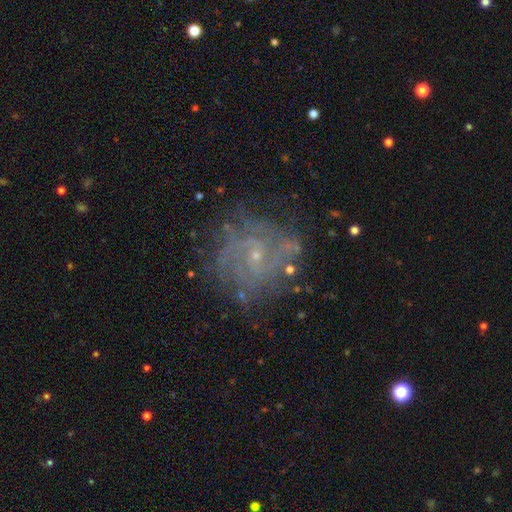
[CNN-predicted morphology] Smooth or featured? featured or disk (79%)
Edge-on disk? no (98%)
Bar? no (60%)
Spiral arms? yes (89%)
Spiral winding? tight (50%)
Spiral arm count? can't tell (37%)
Bulge size? small (81%)
Merging? none (71%)